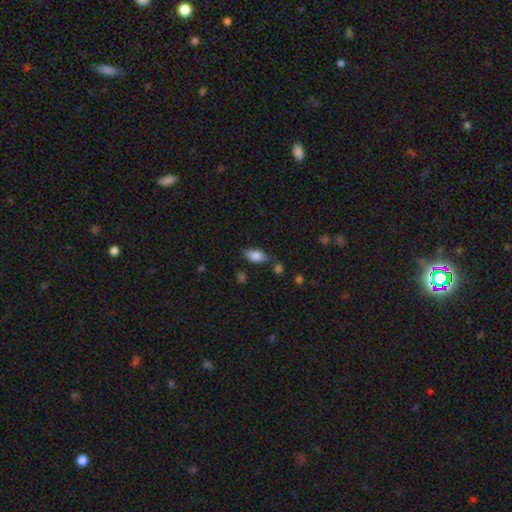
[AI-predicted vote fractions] Morphology: type=smooth (80%); roundness=in between (88%); merging=none (73%).